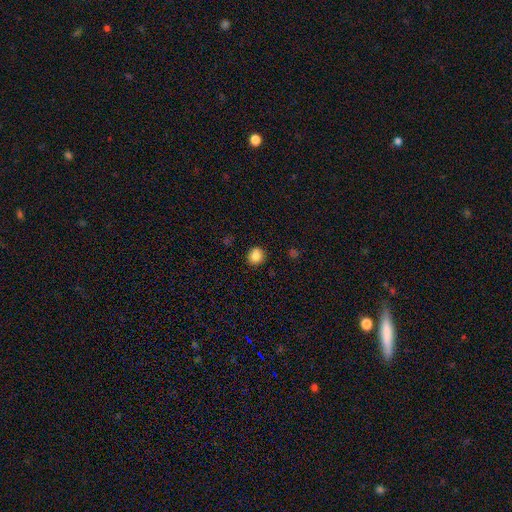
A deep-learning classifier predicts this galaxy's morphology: Smooth or featured? Predicted: smooth (p=0.86). How rounded? Predicted: round (p=0.78). Merging? Predicted: none (p=0.89).